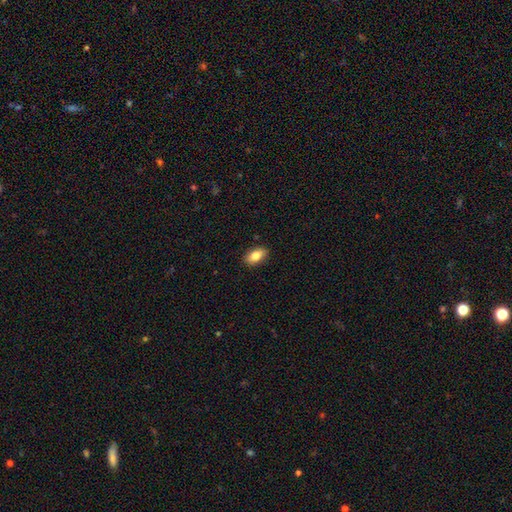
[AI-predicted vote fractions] Smooth or featured? smooth (81%)
How rounded? in between (90%)
Merging? none (89%)